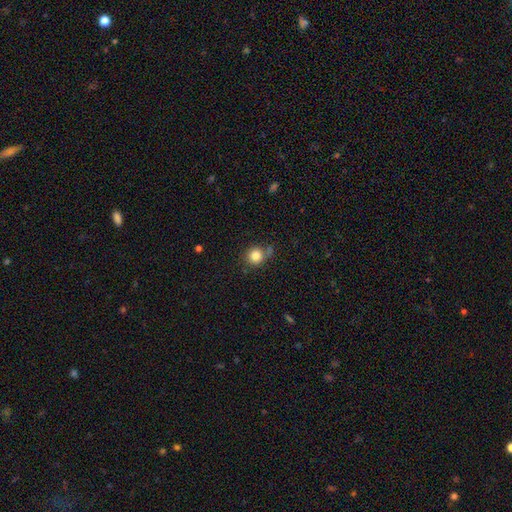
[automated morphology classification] The model was most divided on "merging": none: 73%, minor disturbance: 14%, merger: 9%, major disturbance: 4%. More confident: how rounded — round (89%); smooth or featured — smooth (82%).